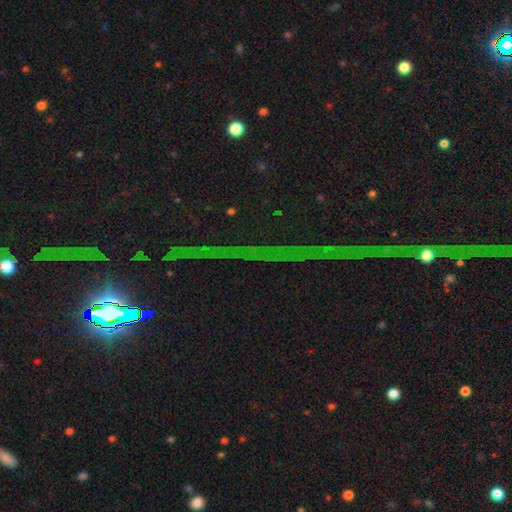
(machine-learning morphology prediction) Overall: star or artifact (83%).